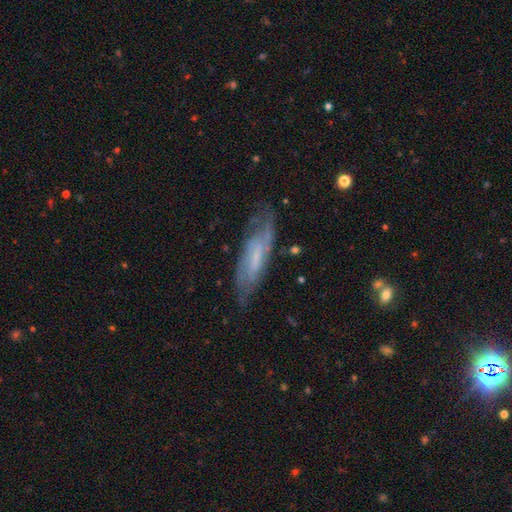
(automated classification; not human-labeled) Smooth or featured? featured or disk (68%)
Edge-on disk? no (75%)
Bar? weak (47%)
Spiral arms? yes (84%)
Bulge size? small (38%)
Merging? none (70%)